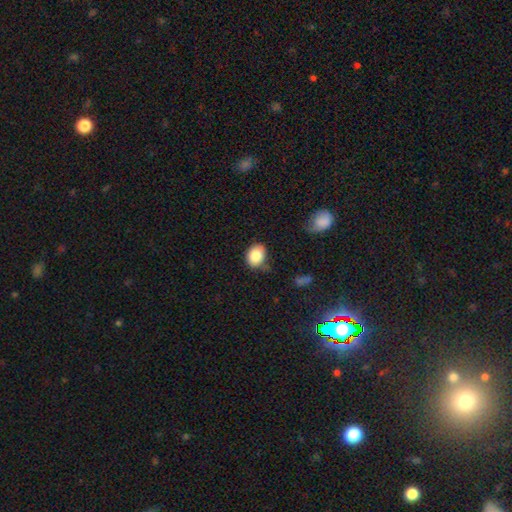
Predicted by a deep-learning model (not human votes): A smooth galaxy with no disk features (83%) that is in between round and cigar-shaped (53%). Merging: none (69%).